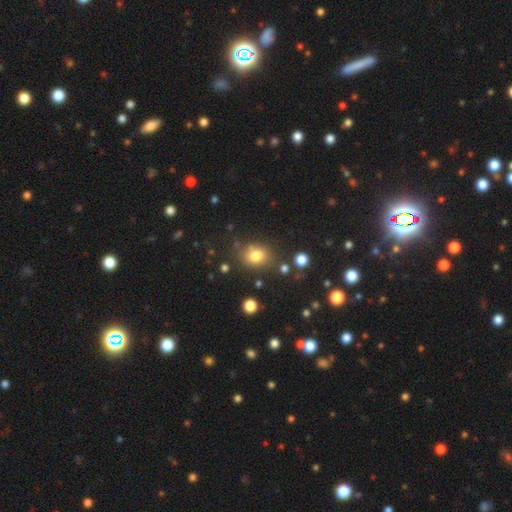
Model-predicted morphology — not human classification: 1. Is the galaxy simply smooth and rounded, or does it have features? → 79% smooth, 12% star or artifact, 9% featured or disk.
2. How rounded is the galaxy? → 51% round, 48% in between, 1% cigar-shaped.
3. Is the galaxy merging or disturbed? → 72% none, 16% minor disturbance, 6% merger, 5% major disturbance.